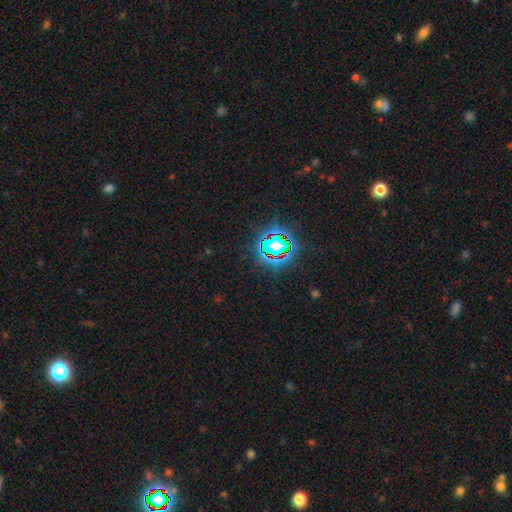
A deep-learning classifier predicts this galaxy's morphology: A star or artifact, not a galaxy (82%).